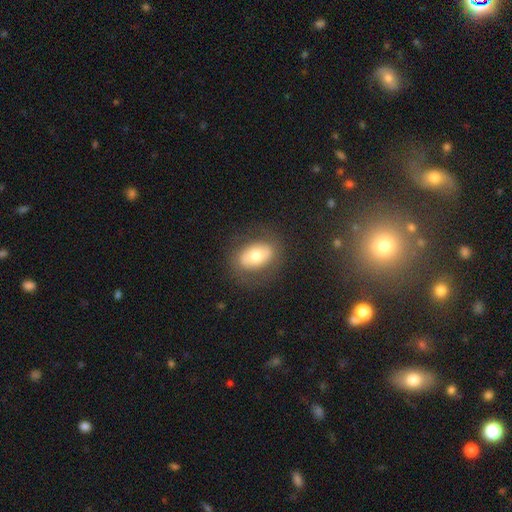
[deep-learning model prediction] Smooth or featured: smooth — 60% (featured or disk — 32%)
How rounded: in between — 78% (round — 21%)
Merging: none — 78% (minor disturbance — 13%)